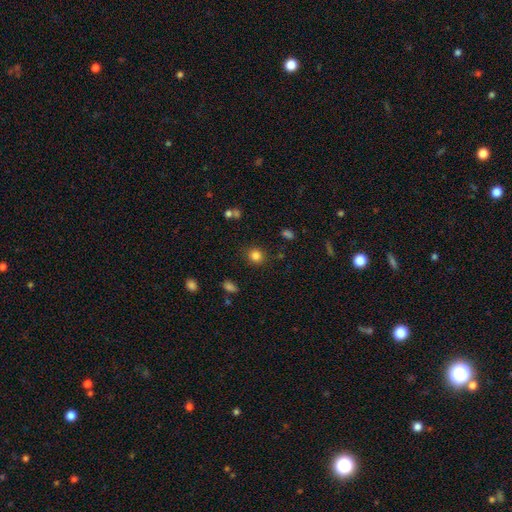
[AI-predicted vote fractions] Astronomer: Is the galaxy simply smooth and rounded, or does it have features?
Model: smooth — 83%.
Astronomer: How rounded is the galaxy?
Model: round — 87%.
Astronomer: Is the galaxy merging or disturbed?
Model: none — 87%.